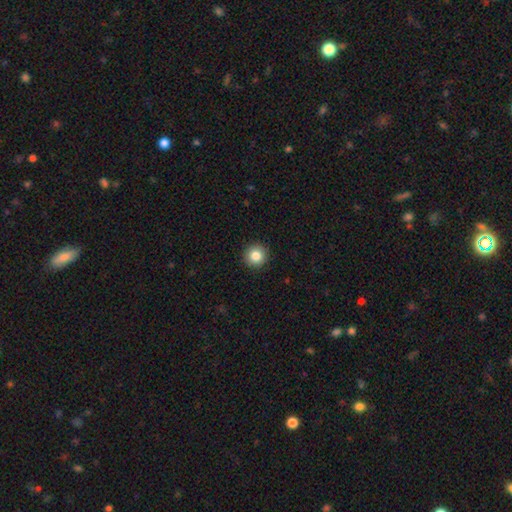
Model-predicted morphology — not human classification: Smooth or featured? smooth (84%)
How rounded? round (95%)
Merging? none (93%)